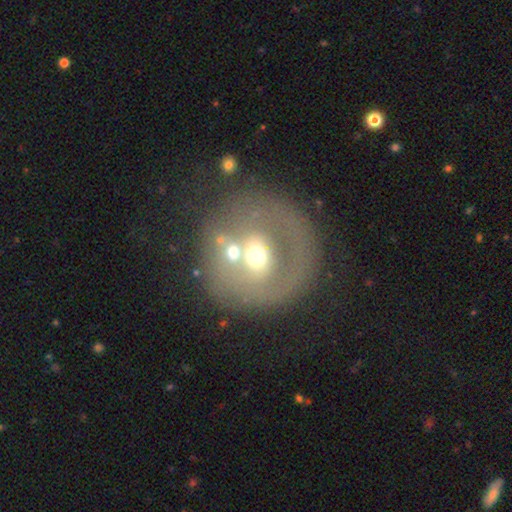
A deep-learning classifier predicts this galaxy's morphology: Smooth or featured? Predicted: featured or disk (p=0.51). Edge-on disk? Predicted: no (p=0.95). Merging? Predicted: none (p=0.55).